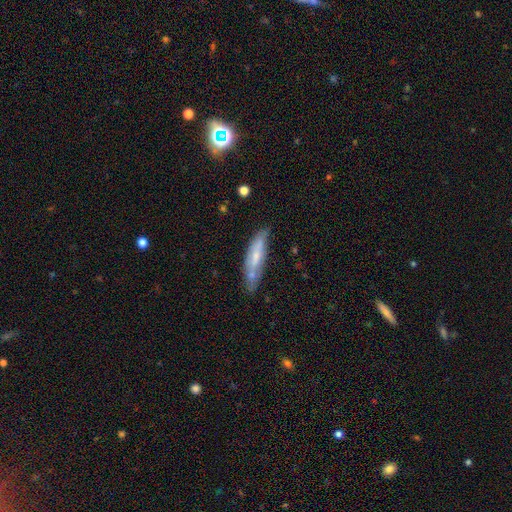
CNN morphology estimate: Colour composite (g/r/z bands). It shows a smooth galaxy with no disk features (53%) that is cigar-shaped (70%). Merging: none (58%).